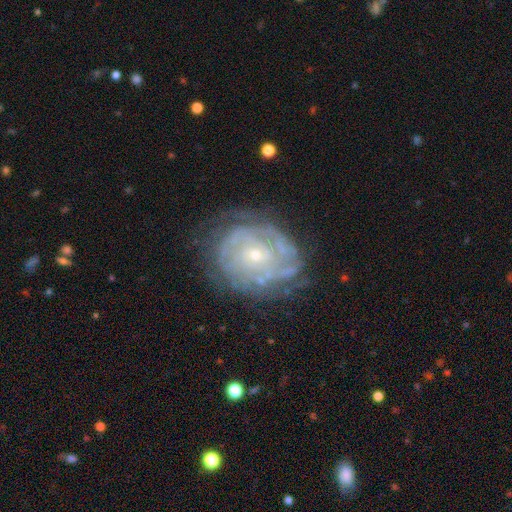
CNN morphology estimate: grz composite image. It shows a featured or disk galaxy (82%) with no bar (76%), tight (75%) spiral arms (88%) and a small central bulge (75%). Merging: none (68%).